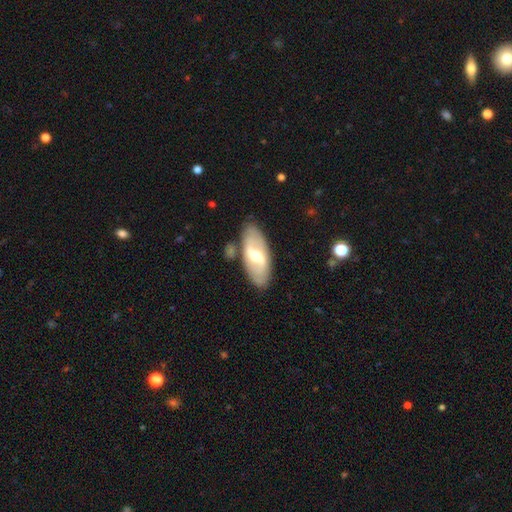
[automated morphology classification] featured or disk 59%, smooth 36%, star or artifact 5%. Down the decision tree: edge-on disk — no (85%); bar — weak (43%); spiral arms — no (53%); bulge size — moderate (70%); merging — none (80%).